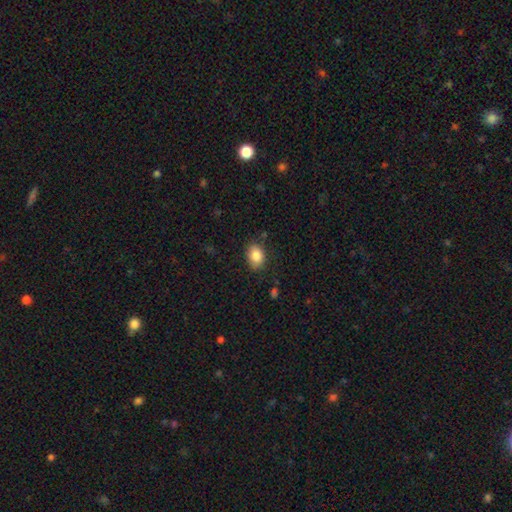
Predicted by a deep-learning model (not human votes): Smooth or featured: smooth — 86% (star or artifact — 8%)
How rounded: in between — 76% (round — 23%)
Merging: none — 82% (minor disturbance — 14%)